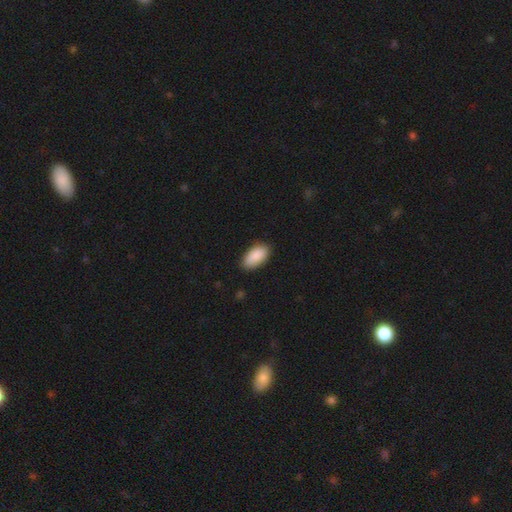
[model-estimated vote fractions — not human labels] smooth 90%, star or artifact 6%, featured or disk 4%. Down the decision tree: how rounded — in between (94%); merging — none (84%).